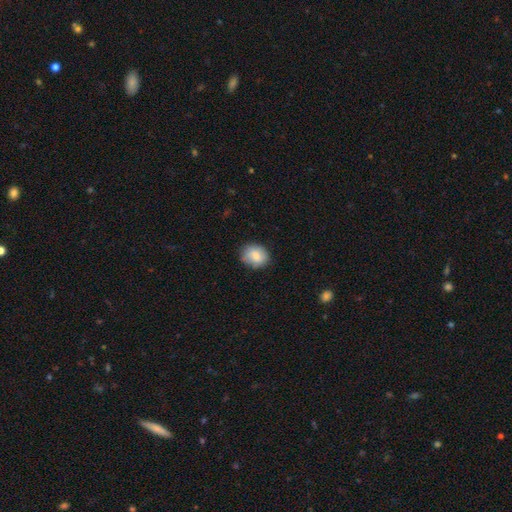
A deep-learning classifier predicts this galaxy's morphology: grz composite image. It shows a smooth galaxy with no disk features (78%) that is round (58%). Merging: none (80%).